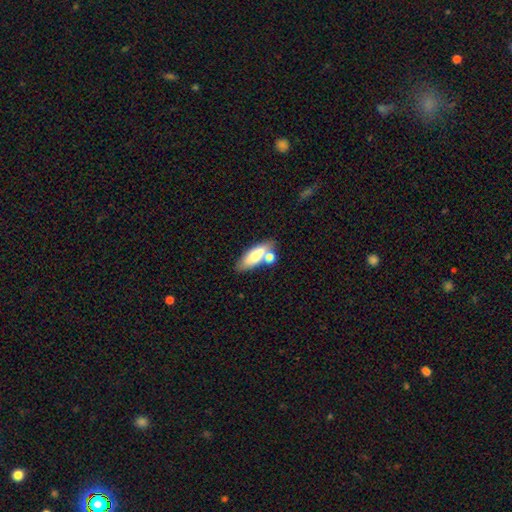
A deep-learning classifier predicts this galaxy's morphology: The model was most divided on "merging": none: 52%, merger: 29%, minor disturbance: 14%, major disturbance: 5%. More confident: how rounded — in between (69%); smooth or featured — smooth (65%).